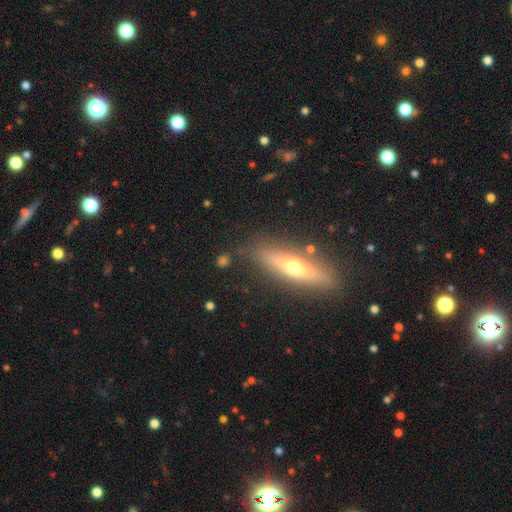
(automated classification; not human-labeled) This appears to be a featured or disk galaxy (53%) viewed edge-on (86%). Merging: none (85%).